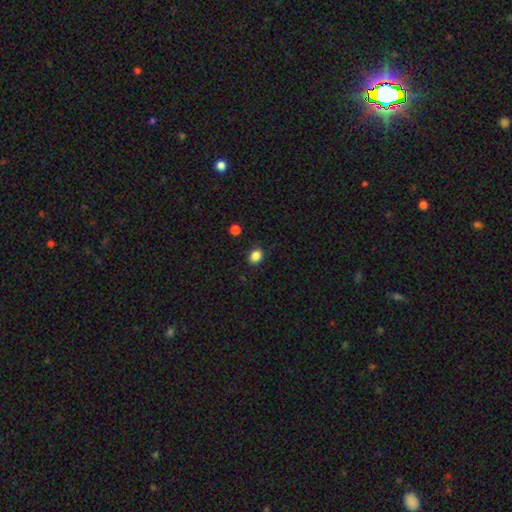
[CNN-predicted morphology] Smooth or featured: smooth — 86% (star or artifact — 10%)
How rounded: in between — 52% (round — 47%)
Merging: none — 84% (minor disturbance — 11%)